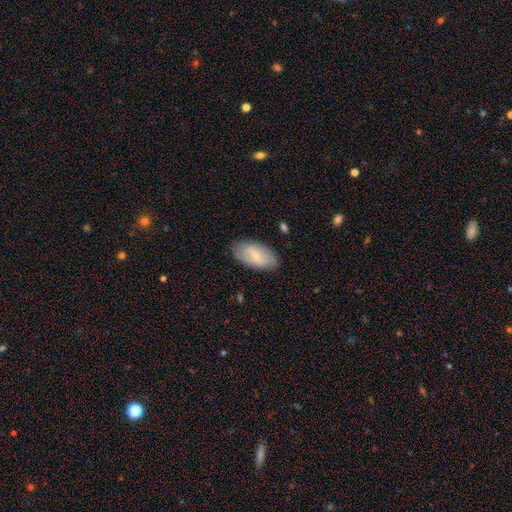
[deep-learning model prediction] This appears to be a featured or disk galaxy (48%). Merging: none (81%).